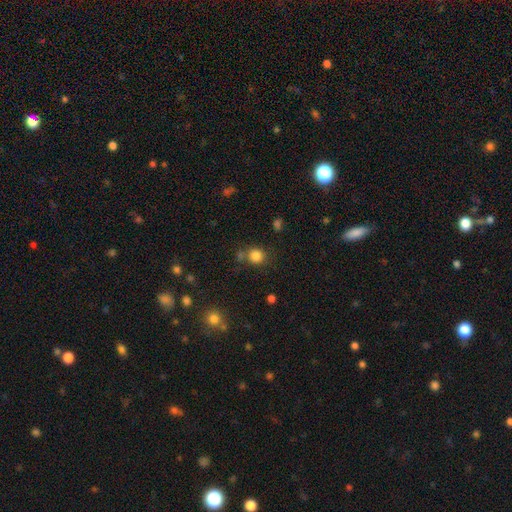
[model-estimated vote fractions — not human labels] A smooth galaxy with no disk features (83%) that is round (86%).

Vote fractions:
- Smooth or featured? smooth: 83% / star or artifact: 12% / featured or disk: 5%
- How rounded? round: 86% / in between: 14% / cigar-shaped: 1%
- Merging? none: 71% / minor disturbance: 12% / merger: 12% / major disturbance: 5%